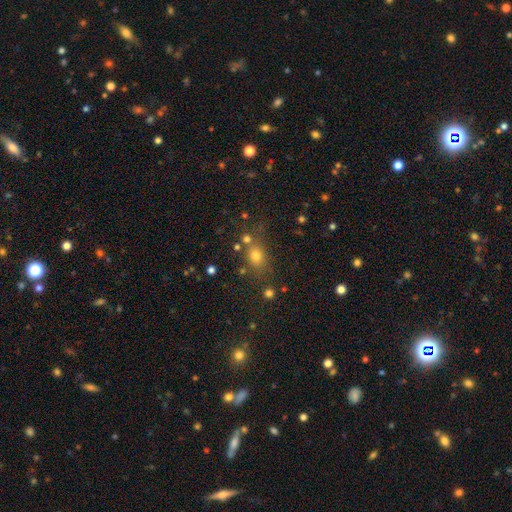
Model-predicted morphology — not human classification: smooth-or-featured: smooth: 68% | star or artifact: 22% | featured or disk: 9%
  how-rounded: round: 54% | in between: 43% | cigar-shaped: 3%
  merging: none: 67% | minor disturbance: 14% | merger: 13% | major disturbance: 6%